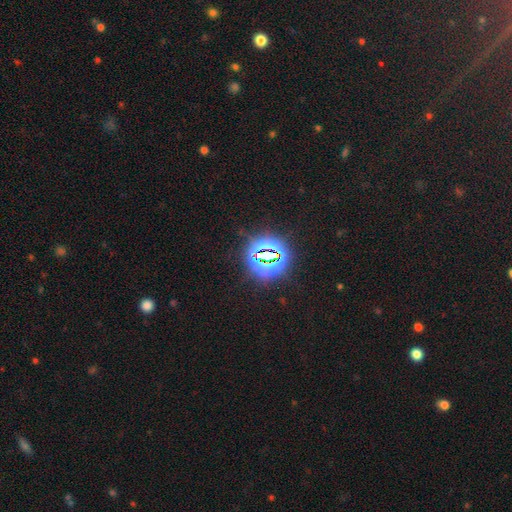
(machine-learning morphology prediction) Q: Smooth or featured?
A: star or artifact (80%); runner-up: smooth (13%)